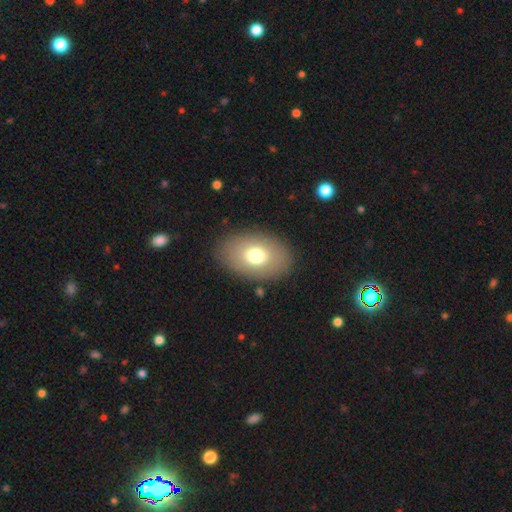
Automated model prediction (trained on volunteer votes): This is likely a smooth galaxy (72%). How rounded: clearly in between (83%). Merging: clearly none (86%).